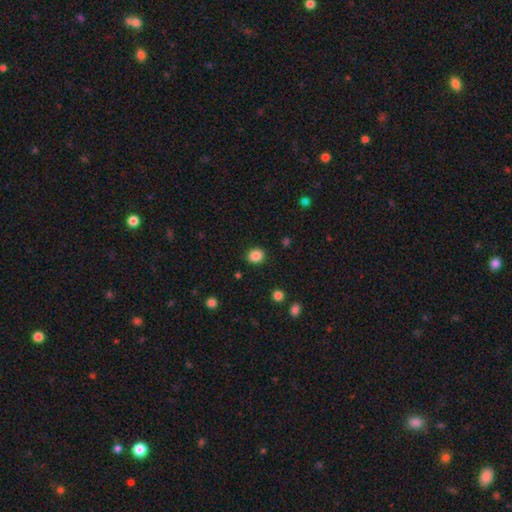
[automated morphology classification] Overall: smooth (86%). How rounded: round (59%; in between 40%). Merging: none (88%).